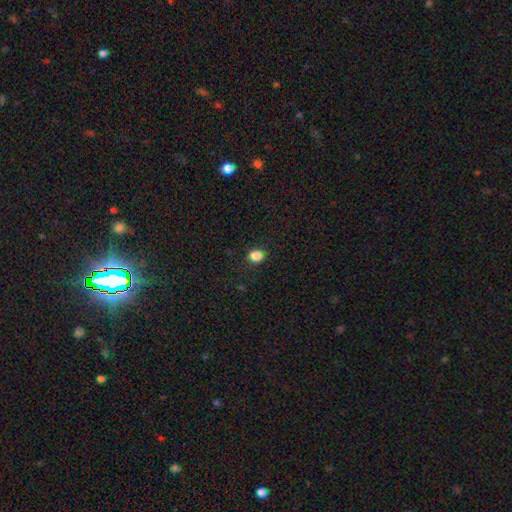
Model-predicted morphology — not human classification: A smooth galaxy with no disk features (86%) that is round (62%). Merging: none (88%).